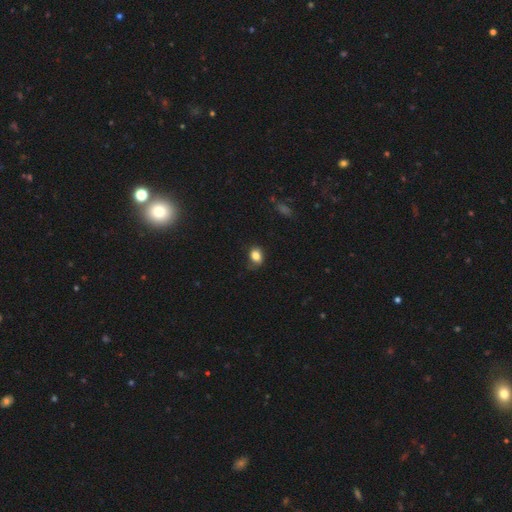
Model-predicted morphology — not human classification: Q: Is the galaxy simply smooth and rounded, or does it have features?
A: smooth — 83%.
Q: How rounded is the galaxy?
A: in between — 56%.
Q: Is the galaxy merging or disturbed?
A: none — 63%.